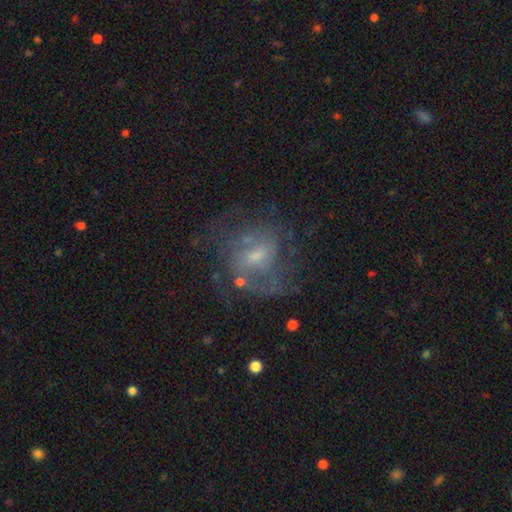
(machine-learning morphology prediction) Q: Smooth or featured?
A: featured or disk (73%); runner-up: smooth (17%)
Q: Edge-on disk?
A: no (97%); runner-up: yes (3%)
Q: Bar?
A: weak (52%); runner-up: no (37%)
Q: Spiral arms?
A: yes (79%); runner-up: no (21%)
Q: Spiral winding?
A: medium (47%); runner-up: tight (31%)
Q: Spiral arm count?
A: can't tell (37%); runner-up: 2 (35%)
Q: Bulge size?
A: small (51%); runner-up: moderate (35%)
Q: Merging?
A: none (57%); runner-up: major disturbance (20%)